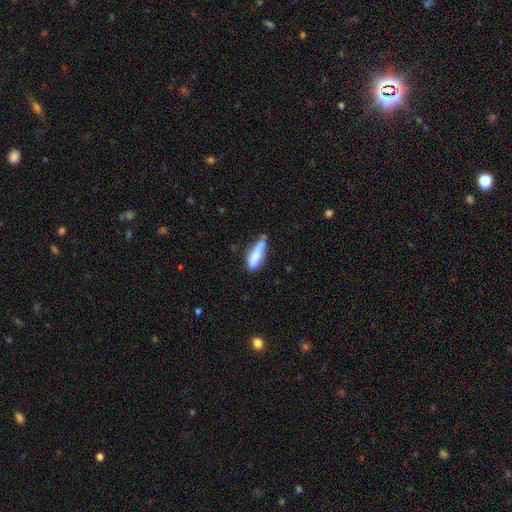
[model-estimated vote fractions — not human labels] smooth_or_featured: smooth (p=0.78) [alt: featured or disk p=0.15]
how_rounded: cigar-shaped (p=0.63) [alt: in between p=0.35]
merging: none (p=0.50) [alt: minor disturbance p=0.36]